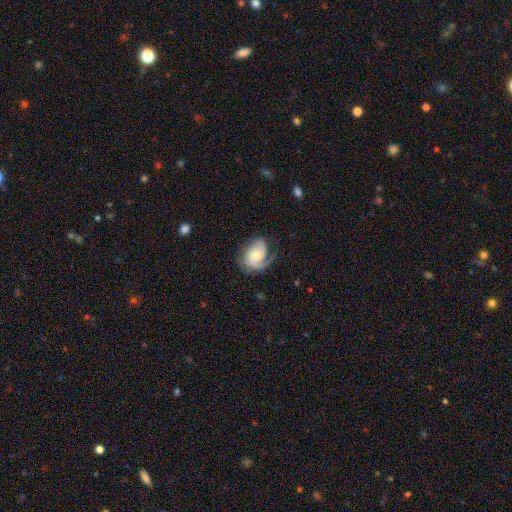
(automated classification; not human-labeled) Morphology: type=featured or disk (78%); edge-on=no (97%); bar=no (61%); spiral arms=yes (95%); winding=tight (42%); arm count=2 (42%); bulge=moderate (55%); merging=none (61%).